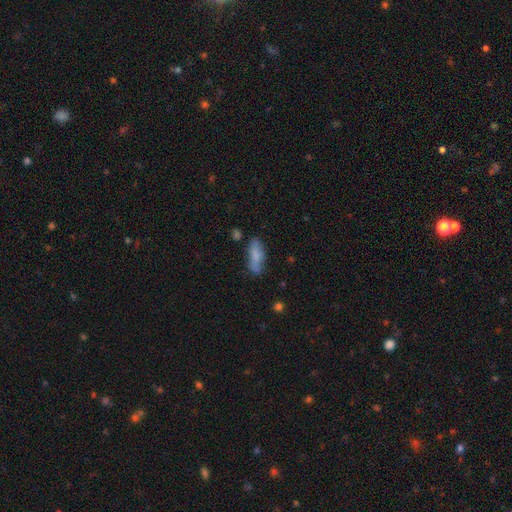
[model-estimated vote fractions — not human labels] Smooth or featured?
  - smooth: 72% *
  - featured or disk: 20%
  - star or artifact: 8%
How rounded?
  - in between: 60% *
  - cigar-shaped: 37%
  - round: 3%
Merging?
  - none: 61% *
  - minor disturbance: 24%
  - major disturbance: 8%
  - merger: 7%